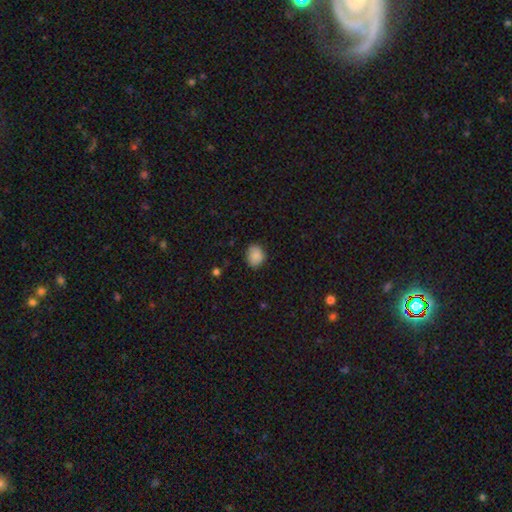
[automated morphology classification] smooth-or-featured: smooth: 87% | star or artifact: 9% | featured or disk: 4%
  how-rounded: round: 60% | in between: 40% | cigar-shaped: 1%
  merging: none: 82% | minor disturbance: 14% | major disturbance: 3% | merger: 1%